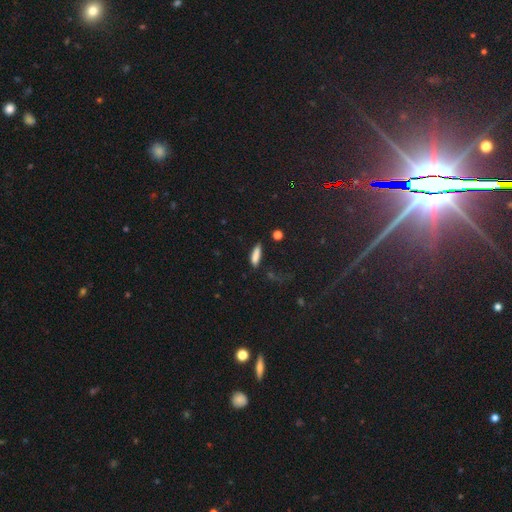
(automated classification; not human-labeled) Smooth or featured? smooth (82%)
How rounded? cigar-shaped (66%)
Merging? none (69%)